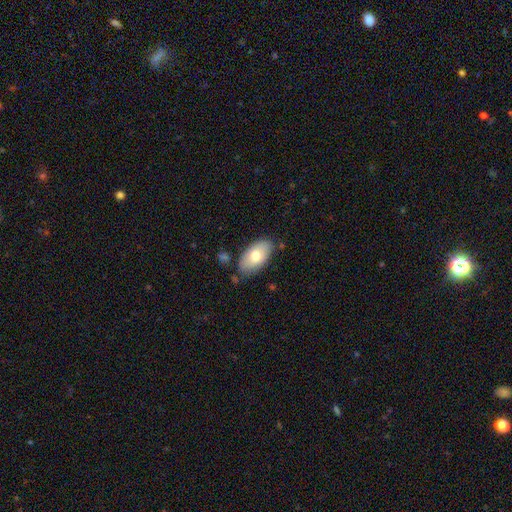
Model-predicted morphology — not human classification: This appears to be a smooth galaxy with no disk features (72%) that is in between round and cigar-shaped (94%). Merging: none (78%).